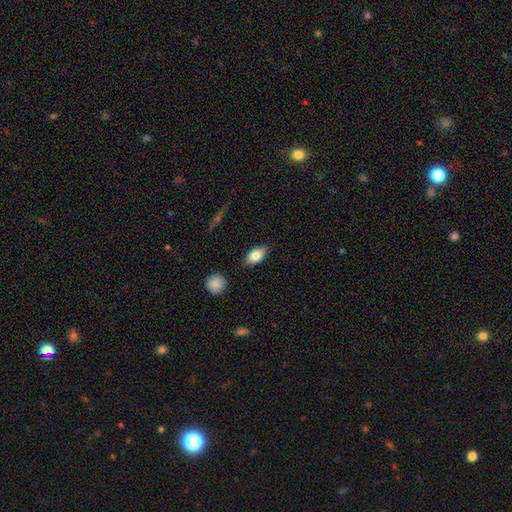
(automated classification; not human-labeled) This appears to be a smooth galaxy with no disk features (81%) that is in between round and cigar-shaped (90%). Merging: none (85%).